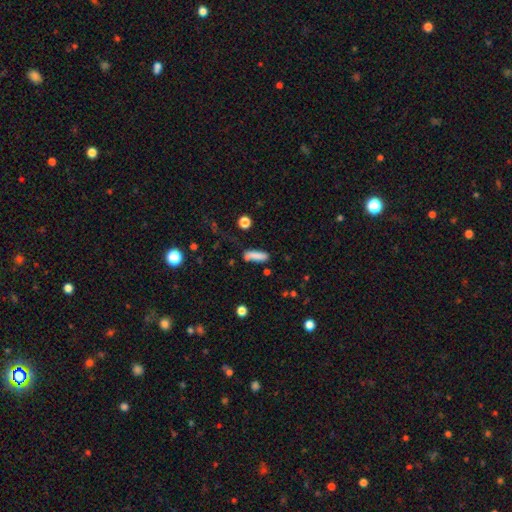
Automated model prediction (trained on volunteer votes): Q: Smooth or featured?
A: smooth (82%); runner-up: featured or disk (10%)
Q: How rounded?
A: cigar-shaped (56%); runner-up: in between (42%)
Q: Merging?
A: none (64%); runner-up: minor disturbance (22%)